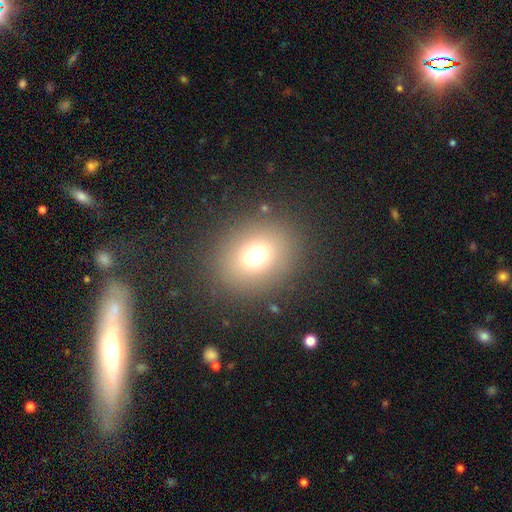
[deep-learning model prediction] Smooth or featured? Predicted: smooth (p=0.70). How rounded? Predicted: round (p=0.71). Merging? Predicted: none (p=0.86).